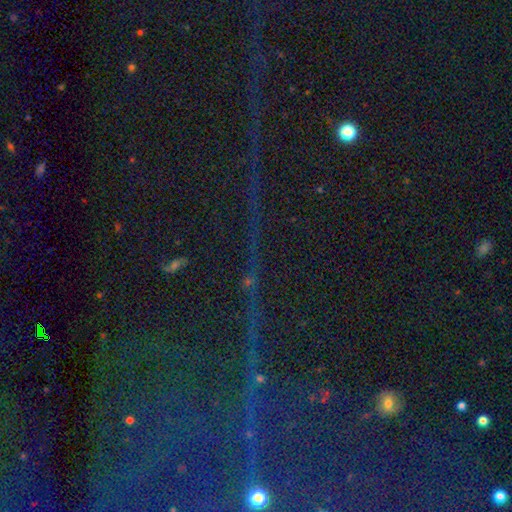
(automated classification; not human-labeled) The model was most divided on "smooth or featured": star or artifact: 80%, featured or disk: 11%, smooth: 9%.